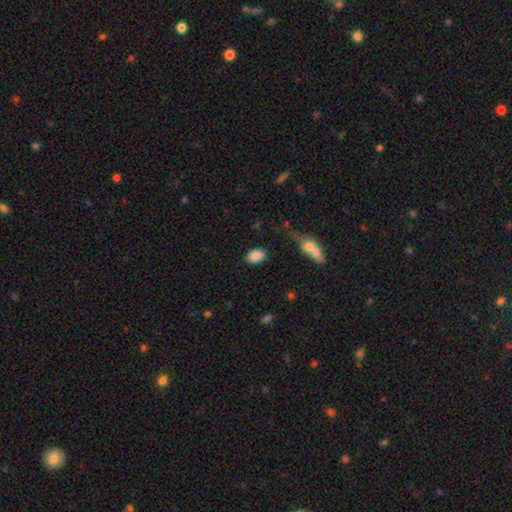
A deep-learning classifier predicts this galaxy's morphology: A smooth galaxy with no disk features (86%) that is in between round and cigar-shaped (87%).

Vote fractions:
- Smooth or featured? smooth: 86% / star or artifact: 8% / featured or disk: 7%
- How rounded? in between: 87% / round: 12% / cigar-shaped: 2%
- Merging? none: 81% / minor disturbance: 13% / major disturbance: 3% / merger: 3%